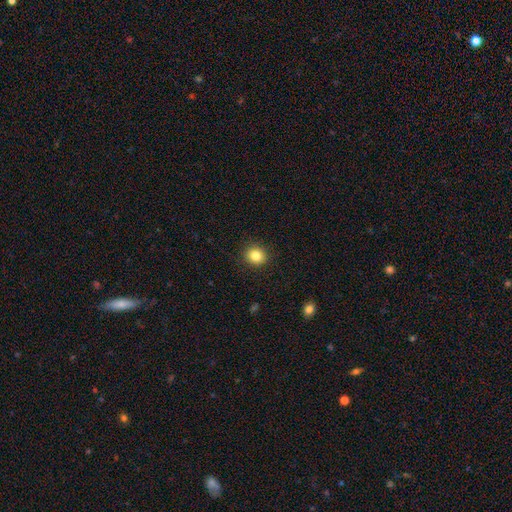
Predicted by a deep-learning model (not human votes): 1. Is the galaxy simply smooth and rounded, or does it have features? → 83% smooth, 11% star or artifact, 6% featured or disk.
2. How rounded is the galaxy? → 81% round, 18% in between, 1% cigar-shaped.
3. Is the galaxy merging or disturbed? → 91% none, 6% minor disturbance, 2% major disturbance, 1% merger.